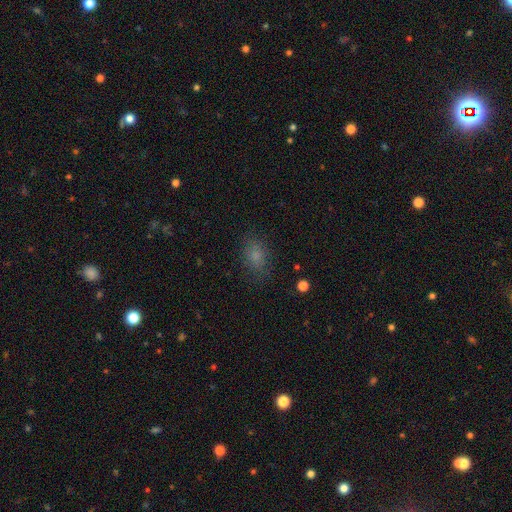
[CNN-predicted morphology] The model was most divided on "how rounded": in between: 75%, round: 23%, cigar-shaped: 2%. More confident: merging — none (79%); smooth or featured — smooth (78%).